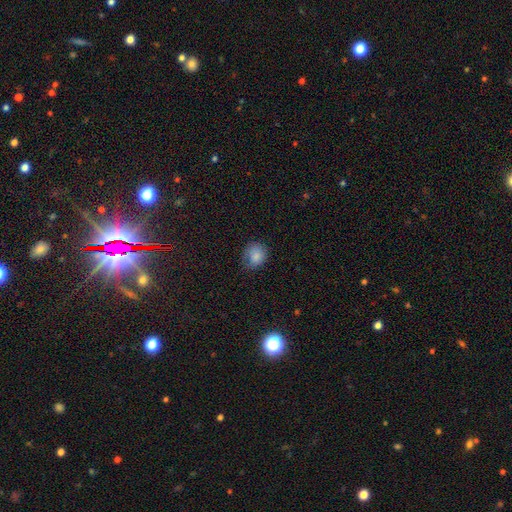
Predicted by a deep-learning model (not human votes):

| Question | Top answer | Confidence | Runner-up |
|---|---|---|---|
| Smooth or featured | smooth | 83% | star or artifact (10%) |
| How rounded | round | 62% | in between (37%) |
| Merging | none | 61% | minor disturbance (29%) |